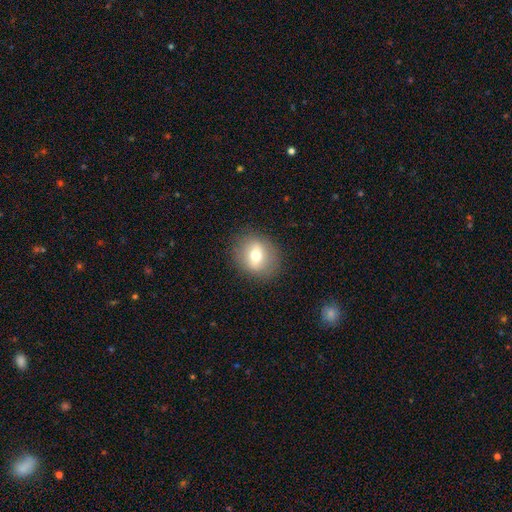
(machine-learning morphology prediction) smooth_or_featured: smooth (p=0.63) [alt: featured or disk p=0.28]
how_rounded: round (p=0.62) [alt: in between p=0.36]
merging: none (p=0.85) [alt: minor disturbance p=0.10]